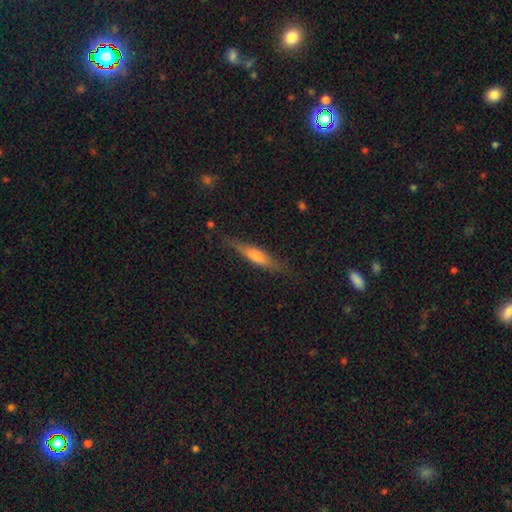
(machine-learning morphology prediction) Smooth or featured: smooth — 50% (featured or disk — 43%)
How rounded: cigar-shaped — 81% (in between — 17%)
Merging: none — 81% (minor disturbance — 14%)